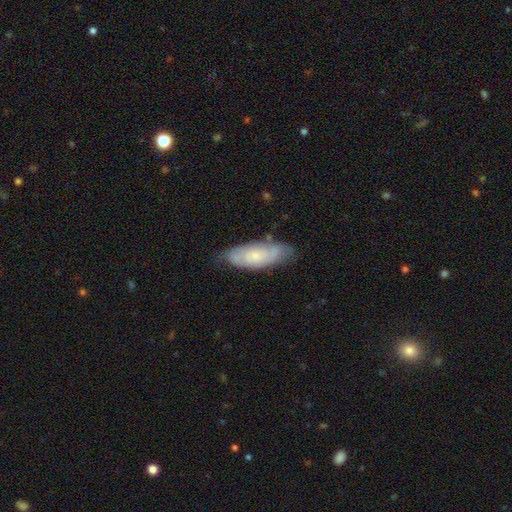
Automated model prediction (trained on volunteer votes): smooth_or_featured: featured or disk (p=0.51) [alt: smooth p=0.43]
disk_edge_on: no (p=0.83) [alt: yes p=0.17]
merging: none (p=0.67) [alt: minor disturbance p=0.25]